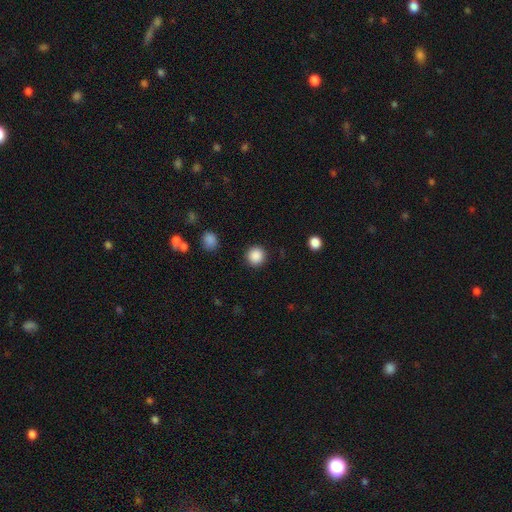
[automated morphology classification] Overall: smooth (88%). How rounded: round (94%). Merging: none (91%).